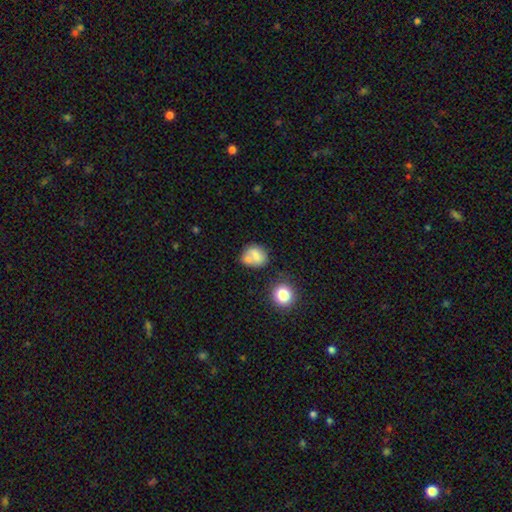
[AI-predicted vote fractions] Smooth or featured? Predicted: smooth (p=0.69). How rounded? Predicted: round (p=0.61). Merging? Predicted: none (p=0.44).